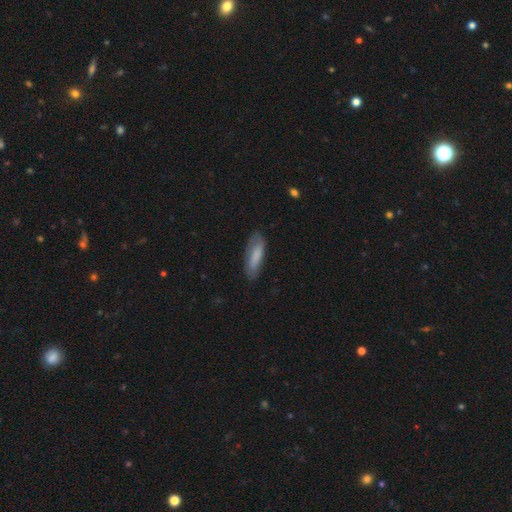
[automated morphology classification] Smooth or featured?
  - smooth: 79% *
  - featured or disk: 15%
  - star or artifact: 6%
How rounded?
  - cigar-shaped: 50% *
  - in between: 49%
  - round: 2%
Merging?
  - none: 76% *
  - minor disturbance: 18%
  - major disturbance: 4%
  - merger: 1%